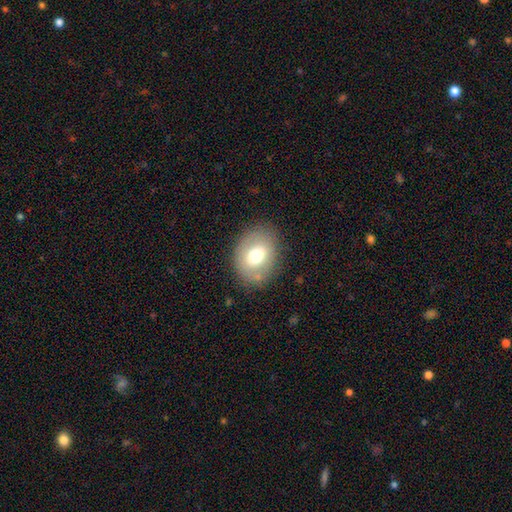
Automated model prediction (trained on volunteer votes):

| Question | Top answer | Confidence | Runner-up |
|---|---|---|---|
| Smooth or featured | smooth | 66% | featured or disk (25%) |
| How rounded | in between | 60% | round (39%) |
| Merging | none | 78% | minor disturbance (14%) |